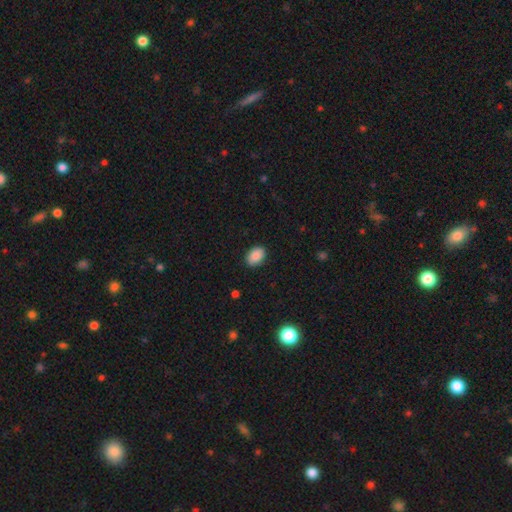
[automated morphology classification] Smooth or featured? smooth (88%)
How rounded? in between (83%)
Merging? none (88%)